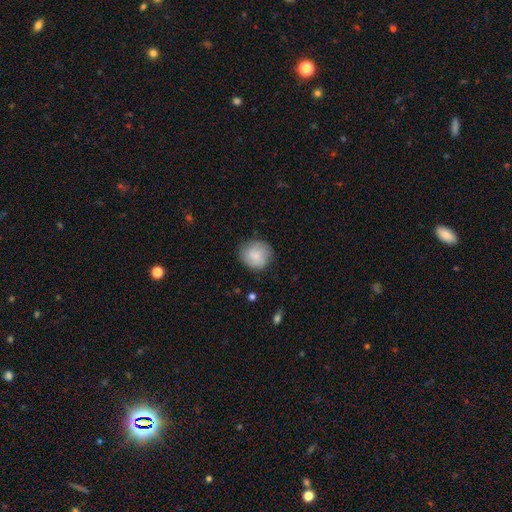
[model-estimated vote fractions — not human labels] Q: Smooth or featured?
A: smooth (73%); runner-up: featured or disk (20%)
Q: How rounded?
A: round (86%); runner-up: in between (13%)
Q: Merging?
A: none (79%); runner-up: minor disturbance (15%)